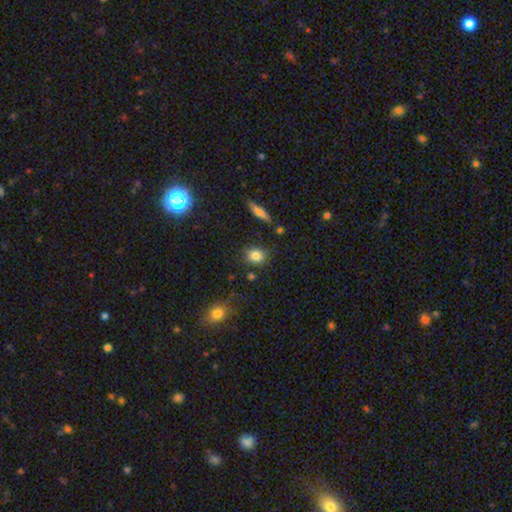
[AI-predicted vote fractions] Smooth or featured?
  - smooth: 83% *
  - star or artifact: 10%
  - featured or disk: 6%
How rounded?
  - round: 61% *
  - in between: 37%
  - cigar-shaped: 2%
Merging?
  - none: 81% *
  - minor disturbance: 11%
  - merger: 4%
  - major disturbance: 3%